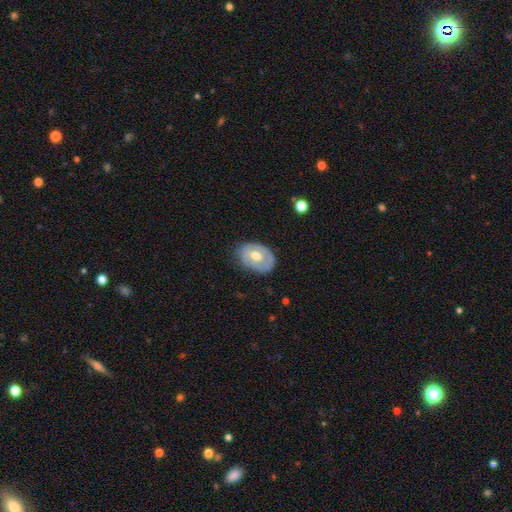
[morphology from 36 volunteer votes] smooth_or_featured: featured or disk (p=0.53) [alt: smooth p=0.44]
disk_edge_on: no (p=0.68) [alt: yes p=0.32]
bar: no (p=0.54) [alt: weak p=0.46]
has_spiral_arms: no (p=0.85) [alt: yes p=0.15]
bulge_size: moderate (p=0.77) [alt: large p=0.15]
merging: none (p=0.66) [alt: minor disturbance p=0.17]